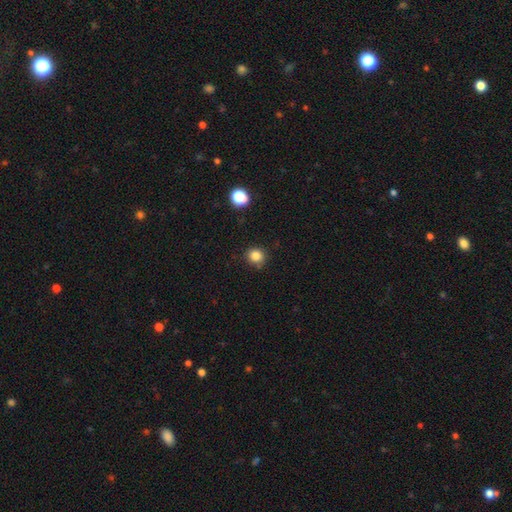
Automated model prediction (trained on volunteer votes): Q: Smooth or featured?
A: smooth (84%); runner-up: star or artifact (12%)
Q: How rounded?
A: round (87%); runner-up: in between (12%)
Q: Merging?
A: none (86%); runner-up: minor disturbance (9%)